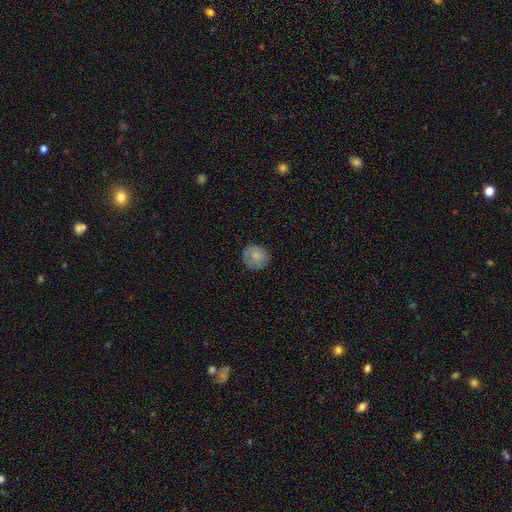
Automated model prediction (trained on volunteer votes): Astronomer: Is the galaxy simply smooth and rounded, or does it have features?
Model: smooth — 77%.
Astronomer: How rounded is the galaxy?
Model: round — 91%.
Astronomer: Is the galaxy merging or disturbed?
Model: none — 83%.